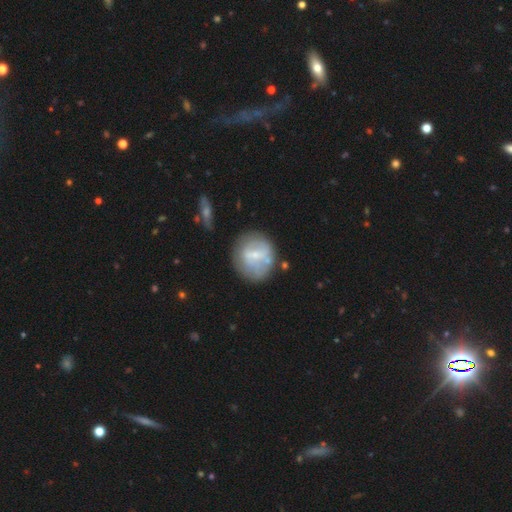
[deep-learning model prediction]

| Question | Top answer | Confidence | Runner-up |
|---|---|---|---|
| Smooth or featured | featured or disk | 48% | smooth (45%) |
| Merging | none | 64% | minor disturbance (19%) |